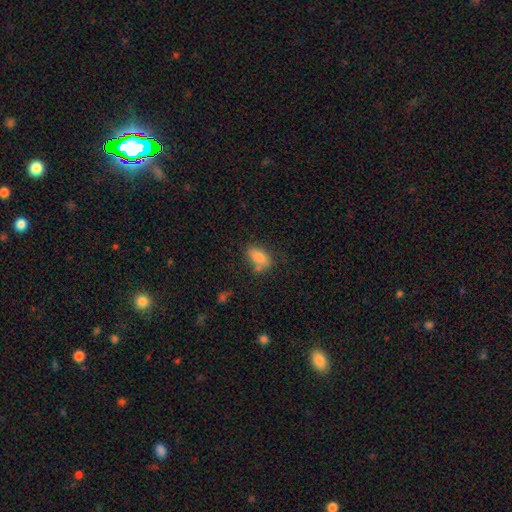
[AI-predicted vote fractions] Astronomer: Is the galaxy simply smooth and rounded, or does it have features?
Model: smooth — 75%.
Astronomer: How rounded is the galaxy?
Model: in between — 84%.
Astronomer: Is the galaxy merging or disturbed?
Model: none — 65%.